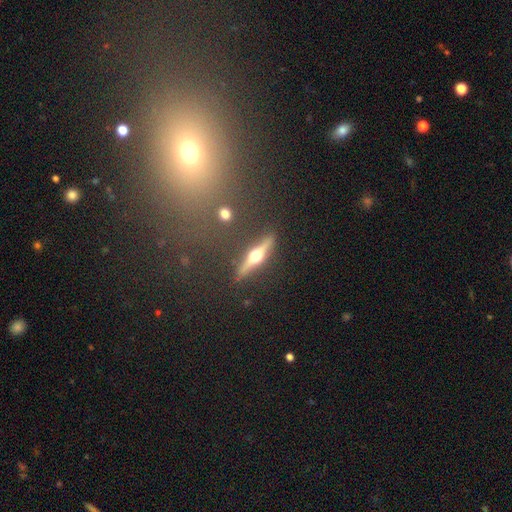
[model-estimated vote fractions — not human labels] A featured or disk galaxy (74%) viewed edge-on (96%) with a rounded central bulge (96%). Merging: none (88%).